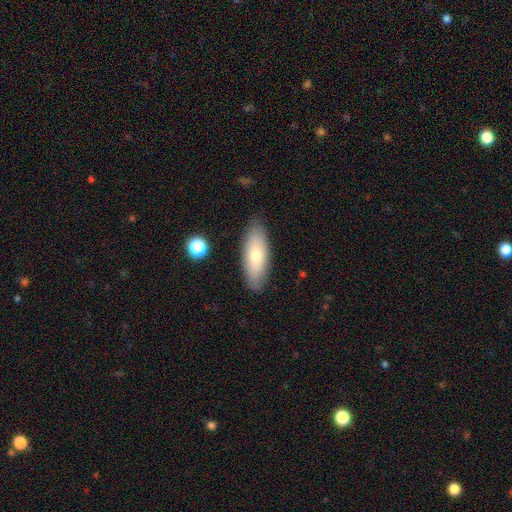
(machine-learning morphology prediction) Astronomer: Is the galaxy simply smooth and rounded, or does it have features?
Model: smooth — 69%.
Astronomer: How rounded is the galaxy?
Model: in between — 72%.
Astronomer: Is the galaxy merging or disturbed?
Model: none — 86%.